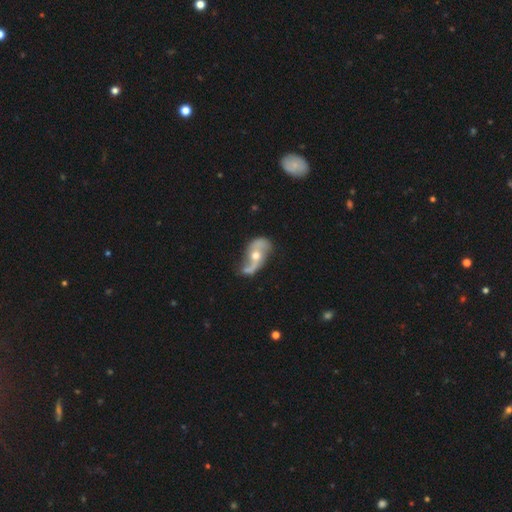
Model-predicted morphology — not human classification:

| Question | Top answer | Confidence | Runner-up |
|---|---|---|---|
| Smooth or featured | featured or disk | 82% | smooth (12%) |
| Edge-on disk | no | 95% | yes (5%) |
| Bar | no | 63% | weak (27%) |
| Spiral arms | yes | 91% | no (9%) |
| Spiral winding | loose | 76% | medium (18%) |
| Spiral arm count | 2 | 88% | 1 (5%) |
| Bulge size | moderate | 67% | small (27%) |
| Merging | none | 54% | minor disturbance (26%) |